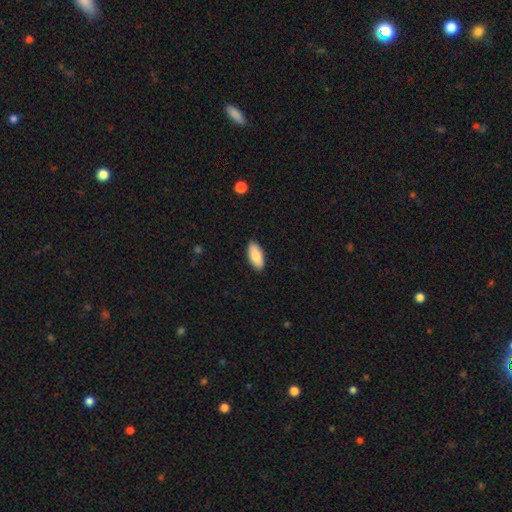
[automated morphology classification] Smooth or featured? Predicted: smooth (p=0.88). How rounded? Predicted: in between (p=0.89). Merging? Predicted: none (p=0.89).